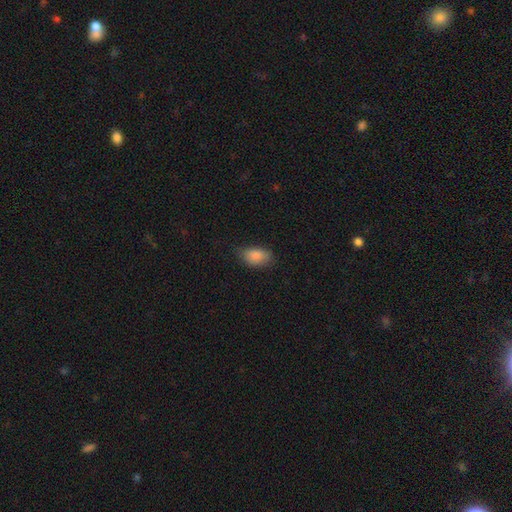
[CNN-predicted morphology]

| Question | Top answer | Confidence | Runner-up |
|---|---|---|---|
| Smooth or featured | smooth | 87% | star or artifact (8%) |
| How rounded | in between | 90% | round (7%) |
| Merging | none | 69% | minor disturbance (24%) |